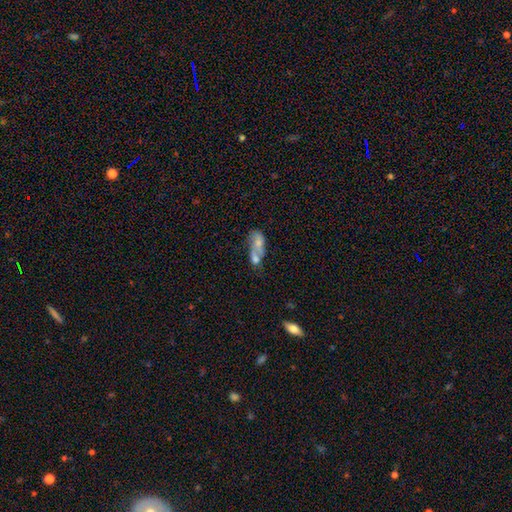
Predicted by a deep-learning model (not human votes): Smooth or featured?
  - smooth: 59% *
  - featured or disk: 30%
  - star or artifact: 11%
How rounded?
  - in between: 77% *
  - round: 14%
  - cigar-shaped: 10%
Merging?
  - merger: 62% *
  - none: 17%
  - major disturbance: 11%
  - minor disturbance: 10%